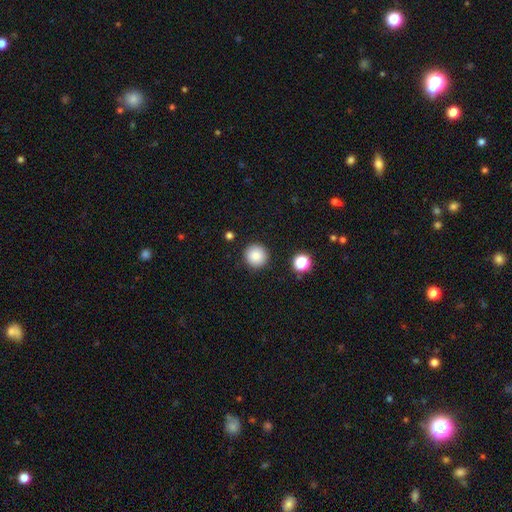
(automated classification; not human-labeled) smooth 86%, star or artifact 10%, featured or disk 4%. Down the decision tree: how rounded — round (94%); merging — none (90%).